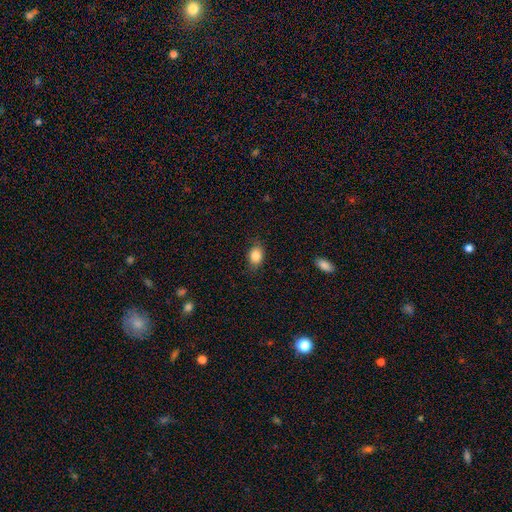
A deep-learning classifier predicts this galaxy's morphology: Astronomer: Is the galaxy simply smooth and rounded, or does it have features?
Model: smooth — 86%.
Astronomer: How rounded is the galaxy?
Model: in between — 74%.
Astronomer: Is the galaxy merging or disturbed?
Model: none — 80%.